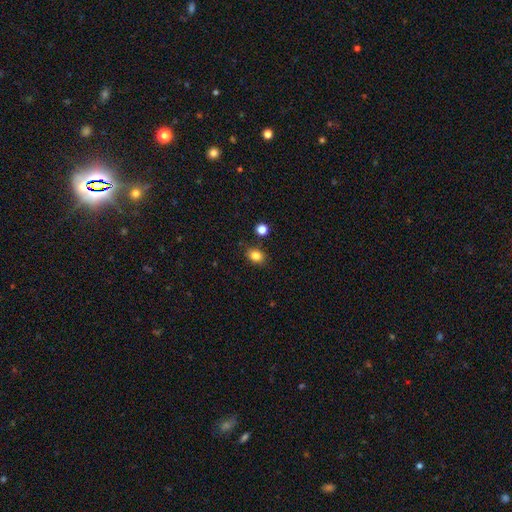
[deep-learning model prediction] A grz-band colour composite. It shows a smooth galaxy with no disk features (83%) that is in between round and cigar-shaped (56%). Merging: none (83%).